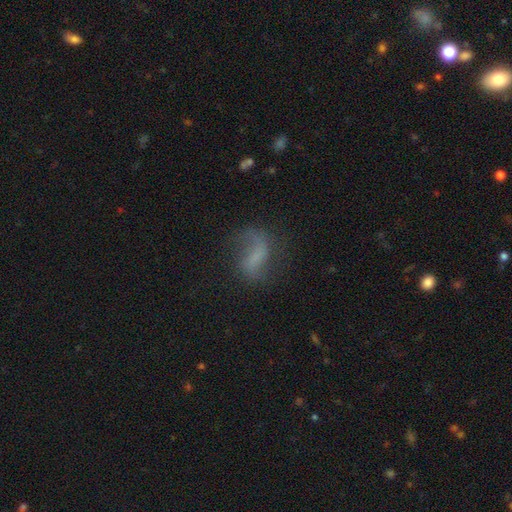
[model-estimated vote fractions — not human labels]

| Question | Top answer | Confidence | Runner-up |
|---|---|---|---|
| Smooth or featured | featured or disk | 58% | smooth (30%) |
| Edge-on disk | no | 94% | yes (6%) |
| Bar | strong | 36% | tied: weak (36%) |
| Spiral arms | yes | 83% | no (17%) |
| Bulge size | none | 58% | small (22%) |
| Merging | none | 60% | minor disturbance (21%) |